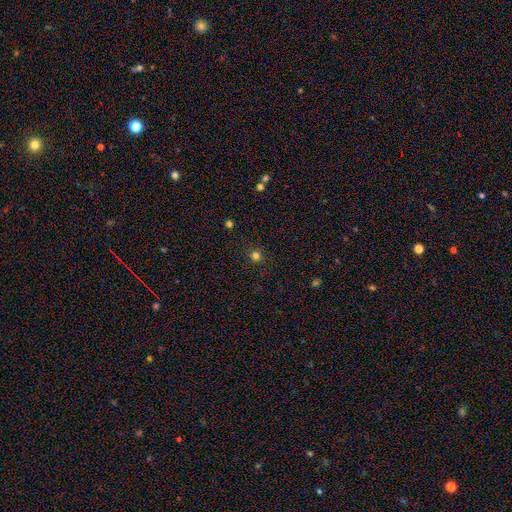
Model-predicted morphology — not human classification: Smooth or featured: smooth — 75% (star or artifact — 20%)
How rounded: round — 92% (in between — 7%)
Merging: none — 89% (minor disturbance — 7%)